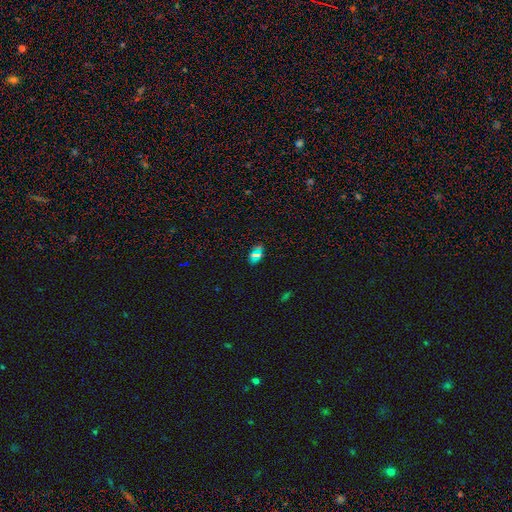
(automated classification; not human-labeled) A smooth galaxy with no disk features (46%). Merging: none (80%).